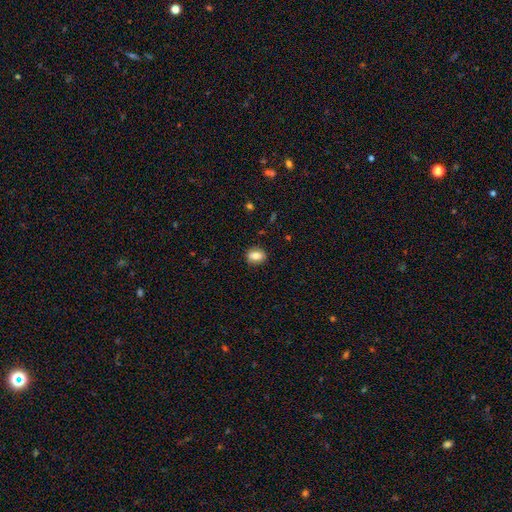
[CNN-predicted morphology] Q: Smooth or featured?
A: smooth (79%); runner-up: featured or disk (12%)
Q: How rounded?
A: in between (56%); runner-up: round (42%)
Q: Merging?
A: none (88%); runner-up: minor disturbance (9%)